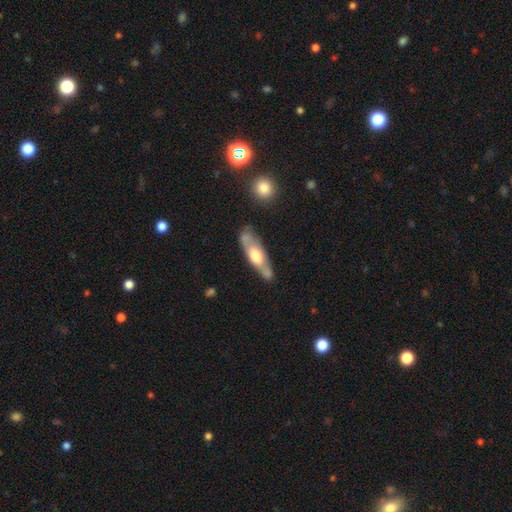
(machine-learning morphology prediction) type=featured or disk (53%); edge-on=yes (54%); merging=none (67%).